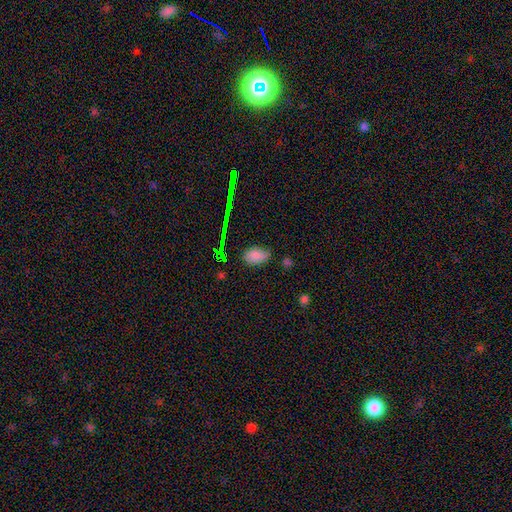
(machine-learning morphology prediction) Smooth or featured? Predicted: smooth (p=0.77). How rounded? Predicted: in between (p=0.90). Merging? Predicted: none (p=0.66).